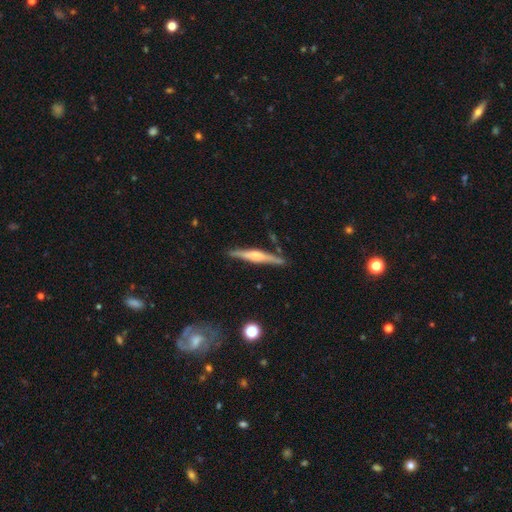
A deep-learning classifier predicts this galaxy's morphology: featured or disk 65%, smooth 29%, star or artifact 6%. Down the decision tree: edge-on disk — yes (97%); edge-on bulge — rounded (60%); merging — none (87%).